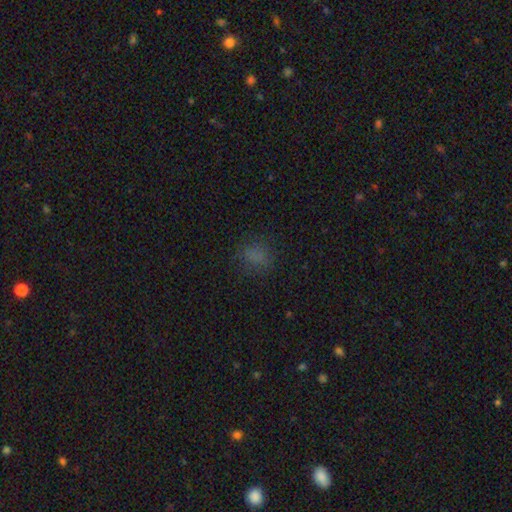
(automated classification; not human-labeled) A smooth galaxy with no disk features (71%) that is round (55%).

Vote fractions:
- Smooth or featured? smooth: 71% / star or artifact: 21% / featured or disk: 8%
- How rounded? round: 55% / in between: 43% / cigar-shaped: 2%
- Merging? none: 76% / minor disturbance: 15% / major disturbance: 7% / merger: 1%